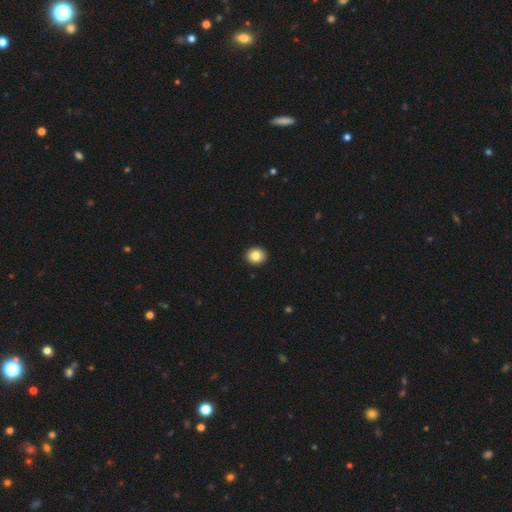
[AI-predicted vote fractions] Morphology: type=smooth (84%); roundness=round (79%); merging=none (93%).